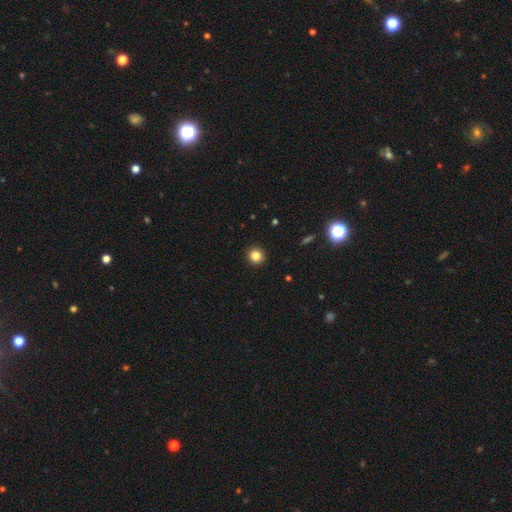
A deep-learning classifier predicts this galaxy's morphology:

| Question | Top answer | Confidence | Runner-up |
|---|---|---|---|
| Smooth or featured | smooth | 83% | star or artifact (12%) |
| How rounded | round | 92% | in between (7%) |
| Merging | none | 93% | minor disturbance (5%) |